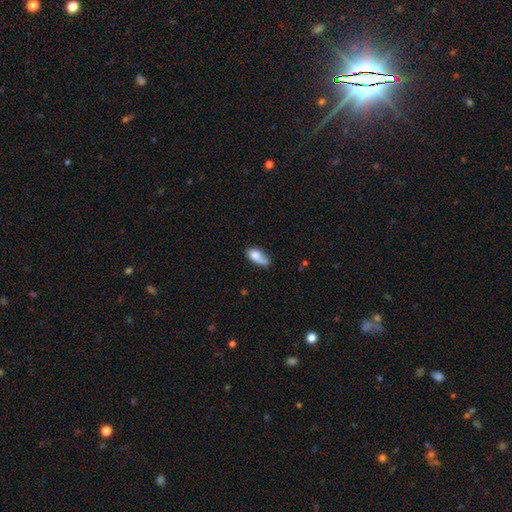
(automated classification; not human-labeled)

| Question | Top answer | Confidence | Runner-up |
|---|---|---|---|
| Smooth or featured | smooth | 77% | featured or disk (16%) |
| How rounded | in between | 84% | cigar-shaped (10%) |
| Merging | none | 39% | minor disturbance (36%) |